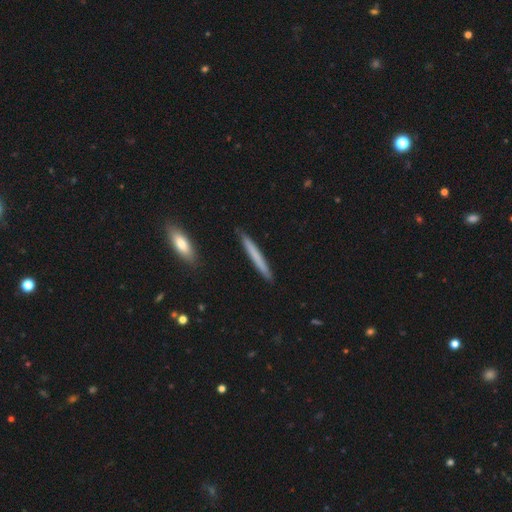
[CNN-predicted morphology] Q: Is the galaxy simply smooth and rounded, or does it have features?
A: smooth — 67%.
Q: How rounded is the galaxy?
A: cigar-shaped — 97%.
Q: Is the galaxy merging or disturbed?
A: none — 90%.